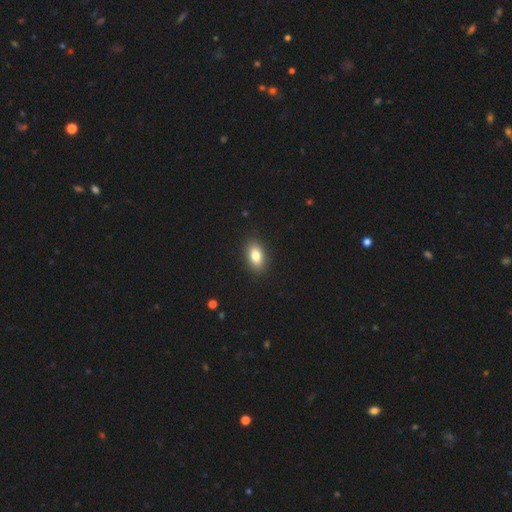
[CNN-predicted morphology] Smooth or featured: smooth — 82% (featured or disk — 9%)
How rounded: in between — 89% (round — 9%)
Merging: none — 90% (minor disturbance — 7%)